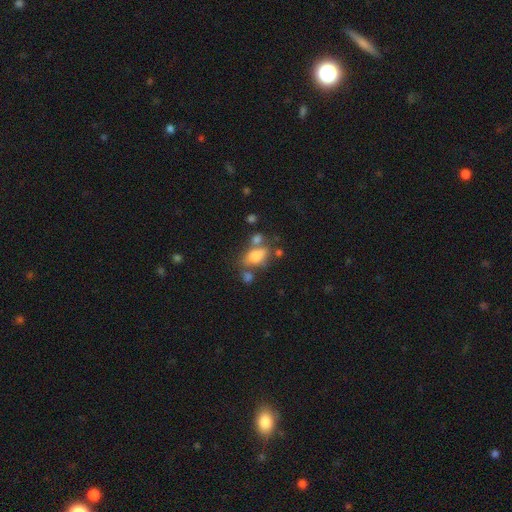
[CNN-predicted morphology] A smooth galaxy with no disk features (72%) that is in between round and cigar-shaped (81%).

Vote fractions:
- Smooth or featured? smooth: 72% / featured or disk: 17% / star or artifact: 11%
- How rounded? in between: 81% / round: 10% / cigar-shaped: 9%
- Merging? none: 48% / merger: 23% / minor disturbance: 18% / major disturbance: 10%